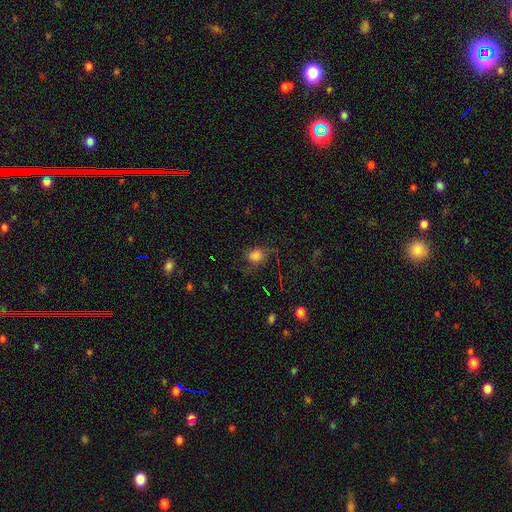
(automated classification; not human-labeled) This appears to be a smooth galaxy with no disk features (69%) that is round (64%). Merging: none (58%).